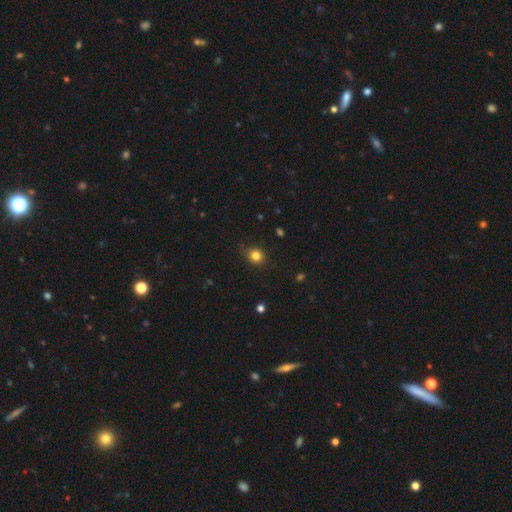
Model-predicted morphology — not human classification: A smooth galaxy with no disk features (83%) that is round (82%). Merging: none (86%).